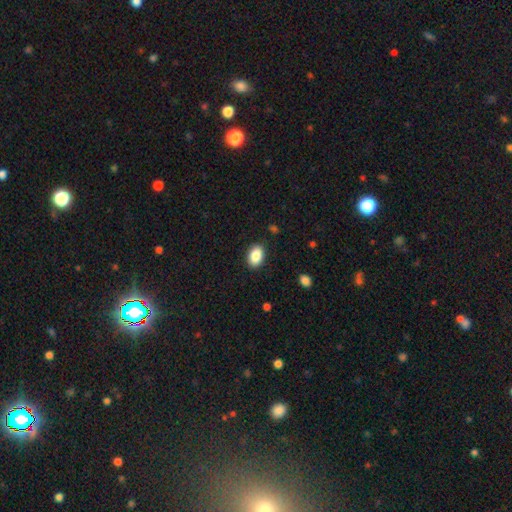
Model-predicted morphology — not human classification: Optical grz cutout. It shows a smooth galaxy with no disk features (87%) that is in between round and cigar-shaped (85%). Merging: none (88%).